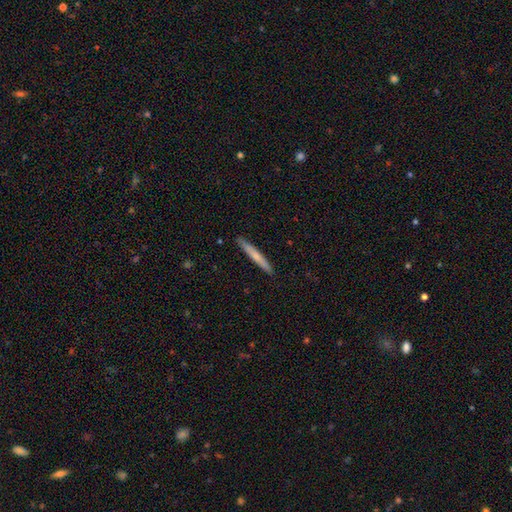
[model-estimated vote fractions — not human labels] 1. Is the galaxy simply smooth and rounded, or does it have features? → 61% smooth, 33% featured or disk, 6% star or artifact.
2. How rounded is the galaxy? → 96% cigar-shaped, 3% in between, 1% round.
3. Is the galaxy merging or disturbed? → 90% none, 7% minor disturbance, 1% major disturbance, 1% merger.